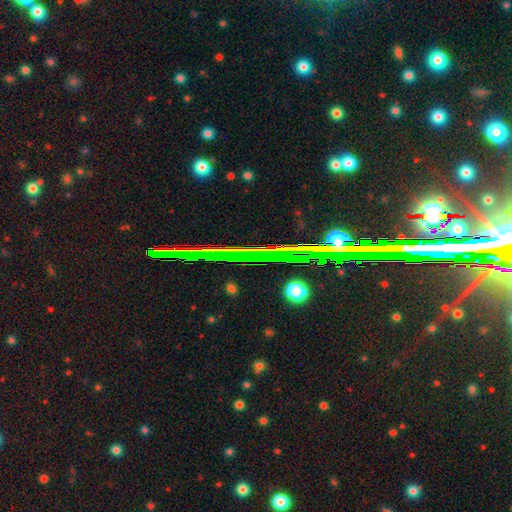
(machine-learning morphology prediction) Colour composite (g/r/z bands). It shows a star or artifact, not a galaxy (66%).